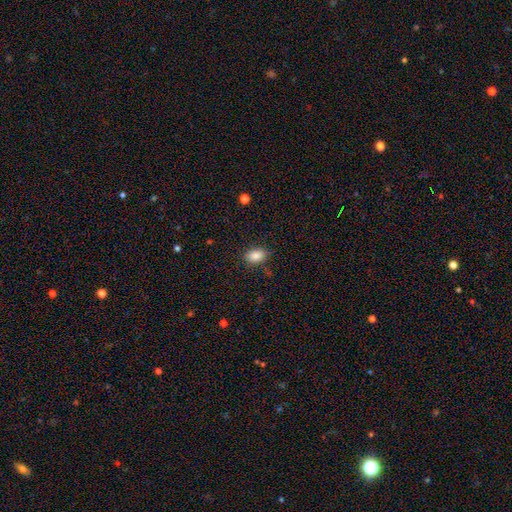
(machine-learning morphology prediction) A smooth galaxy with no disk features (86%) that is in between round and cigar-shaped (85%). Merging: none (80%).